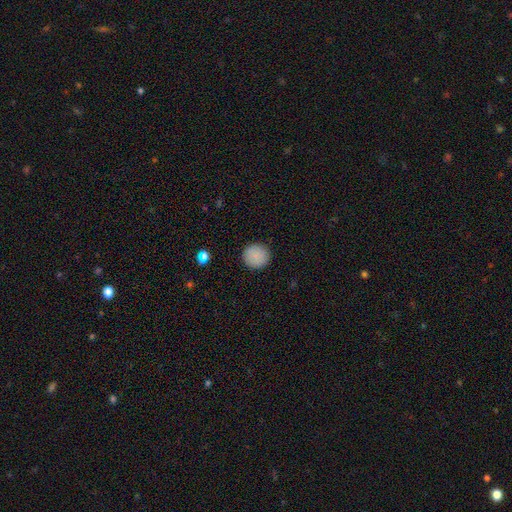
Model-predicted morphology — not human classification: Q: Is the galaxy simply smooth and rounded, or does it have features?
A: smooth — 88%.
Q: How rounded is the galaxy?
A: round — 94%.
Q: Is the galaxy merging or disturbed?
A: none — 91%.